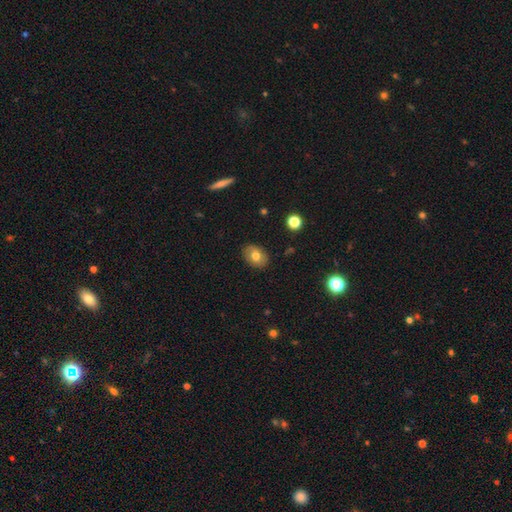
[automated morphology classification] type=smooth (74%); roundness=in between (73%); merging=none (87%).